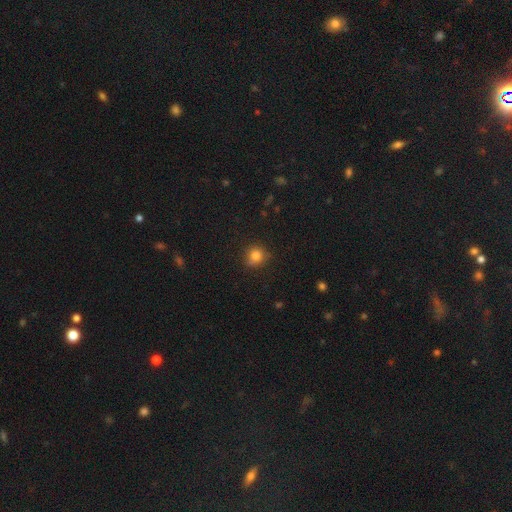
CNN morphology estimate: This is clearly a smooth galaxy (82%). How rounded: clearly round (86%). Merging: likely none (80%).